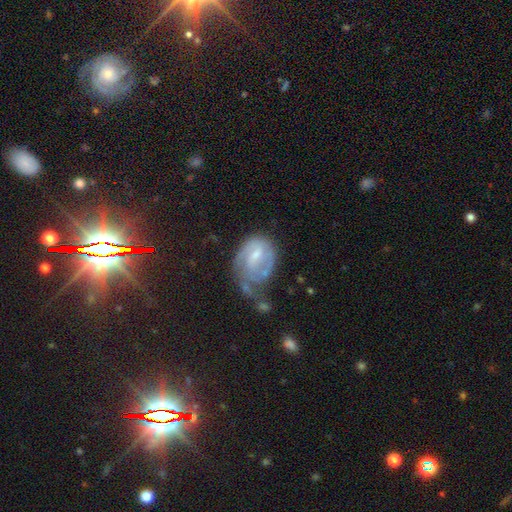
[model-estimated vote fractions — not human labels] A featured or disk galaxy (71%) with a weak bar (57%), 2 (44%) tight (45%) spiral arms (82%) and a small central bulge (52%).

Vote fractions:
- Smooth or featured? featured or disk: 71% / smooth: 22% / star or artifact: 7%
- Edge-on disk? no: 97% / yes: 3%
- Bar? weak: 57% / no: 26% / strong: 17%
- Spiral arms? yes: 82% / no: 18%
- Spiral winding? tight: 45% / medium: 38% / loose: 17%
- Spiral arm count? 2: 44% / can't tell: 25% / 1: 22% / 3: 6% / 4: 2% / more than 4: 2%
- Bulge size? small: 52% / moderate: 37% / none: 8% / large: 3% / dominant: 1%
- Merging? none: 31% / major disturbance: 30% / minor disturbance: 29% / merger: 10%